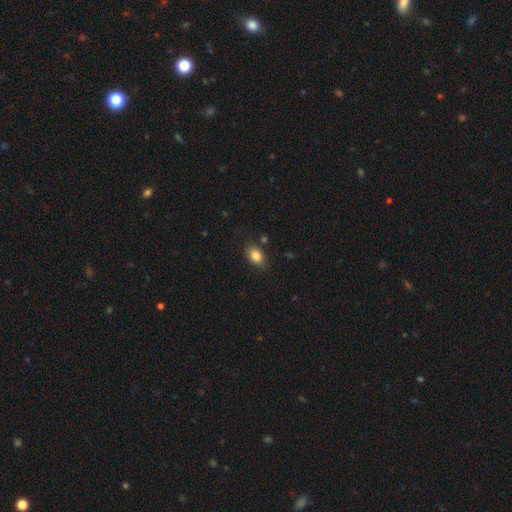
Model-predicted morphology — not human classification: This is clearly a smooth galaxy (85%). How rounded: clearly in between (84%). Merging: clearly none (81%).